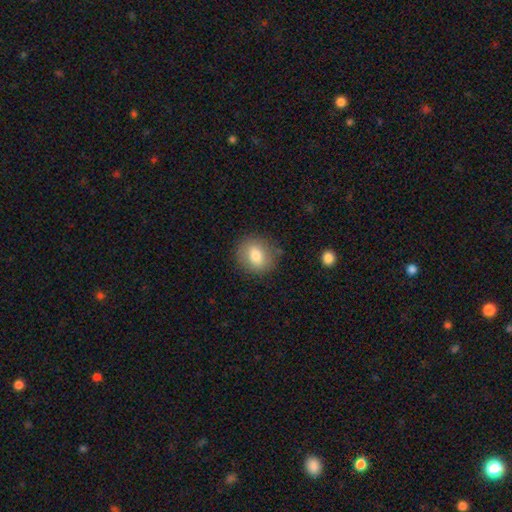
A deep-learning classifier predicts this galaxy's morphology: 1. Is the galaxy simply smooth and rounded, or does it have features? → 77% smooth, 14% featured or disk, 9% star or artifact.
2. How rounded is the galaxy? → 72% round, 27% in between, 1% cigar-shaped.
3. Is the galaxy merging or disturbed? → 83% none, 12% minor disturbance, 4% major disturbance, 2% merger.